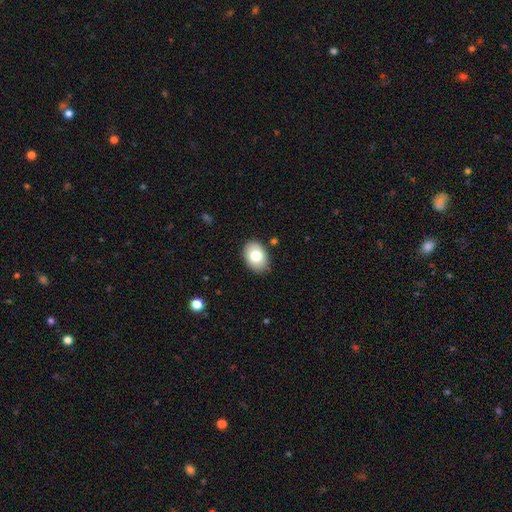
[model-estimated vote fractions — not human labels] Smooth or featured? Predicted: smooth (p=0.79). How rounded? Predicted: in between (p=0.80). Merging? Predicted: none (p=0.85).